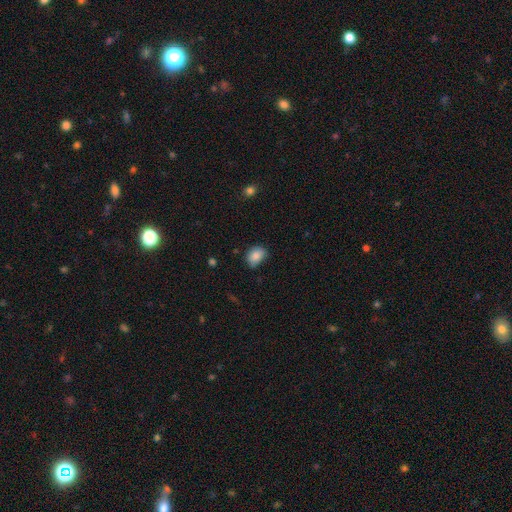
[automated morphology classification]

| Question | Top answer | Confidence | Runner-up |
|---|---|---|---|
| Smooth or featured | smooth | 85% | star or artifact (8%) |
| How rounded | in between | 68% | round (31%) |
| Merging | none | 63% | minor disturbance (30%) |